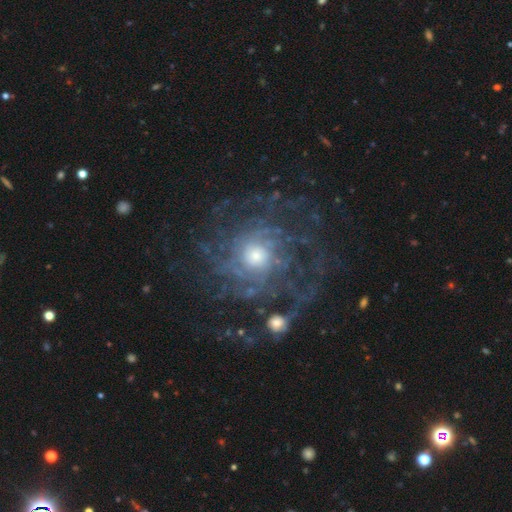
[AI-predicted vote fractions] Smooth or featured? featured or disk (82%)
Edge-on disk? no (97%)
Bar? no (81%)
Spiral arms? yes (91%)
Spiral winding? tight (54%)
Spiral arm count? can't tell (33%)
Bulge size? moderate (49%)
Merging? none (66%)